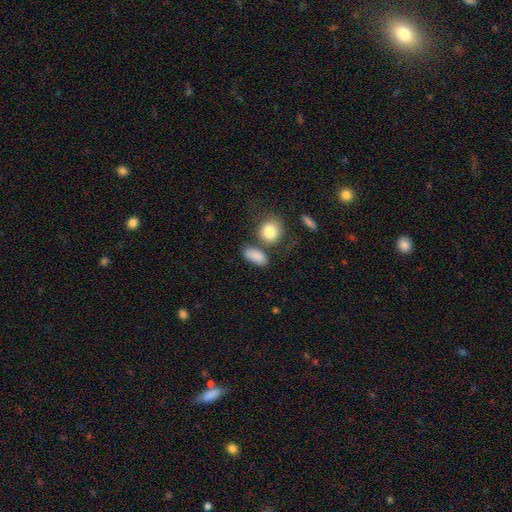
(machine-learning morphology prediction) A smooth galaxy with no disk features (87%) that is in between round and cigar-shaped (83%).

Vote fractions:
- Smooth or featured? smooth: 87% / star or artifact: 7% / featured or disk: 6%
- How rounded? in between: 83% / round: 12% / cigar-shaped: 6%
- Merging? none: 64% / merger: 17% / minor disturbance: 14% / major disturbance: 5%